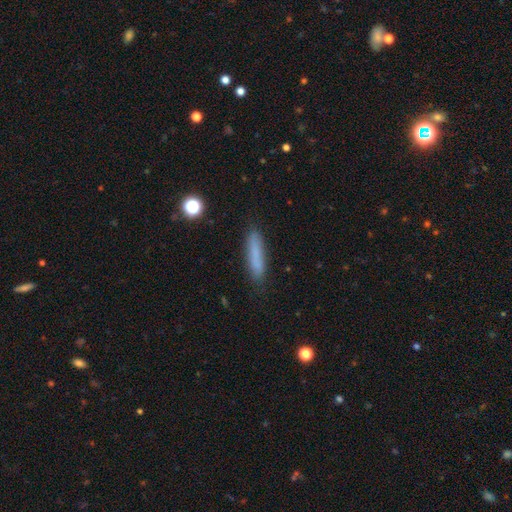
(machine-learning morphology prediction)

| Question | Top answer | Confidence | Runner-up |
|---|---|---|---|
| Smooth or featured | smooth | 76% | featured or disk (15%) |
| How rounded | cigar-shaped | 87% | in between (12%) |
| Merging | none | 84% | minor disturbance (11%) |